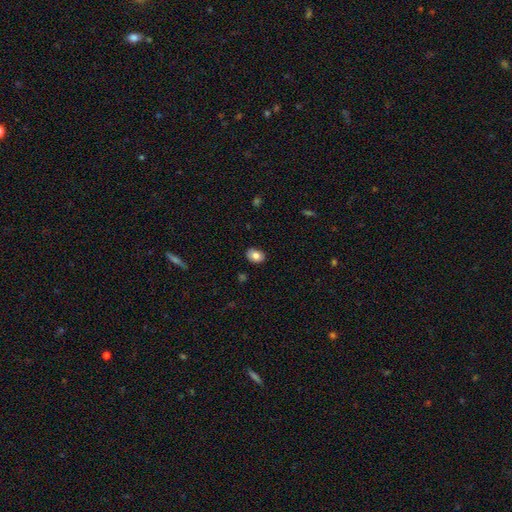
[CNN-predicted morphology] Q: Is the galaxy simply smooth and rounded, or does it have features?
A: smooth — 82%.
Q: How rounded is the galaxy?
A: in between — 67%.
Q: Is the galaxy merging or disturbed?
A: none — 86%.